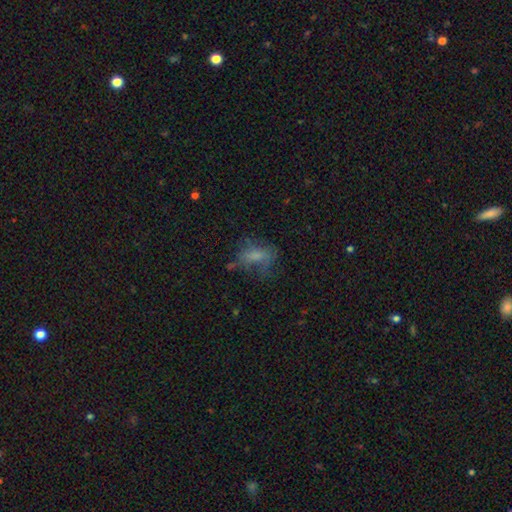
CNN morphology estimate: This appears to be a smooth galaxy with no disk features (56%) that is in between round and cigar-shaped (78%). Merging: none (42%).